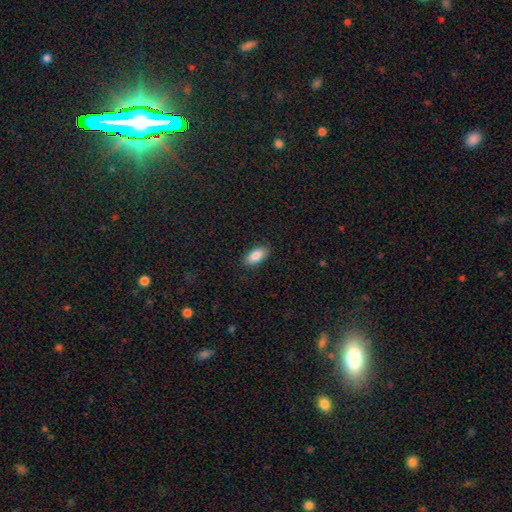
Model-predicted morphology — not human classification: Smooth or featured? smooth (88%)
How rounded? in between (90%)
Merging? none (88%)